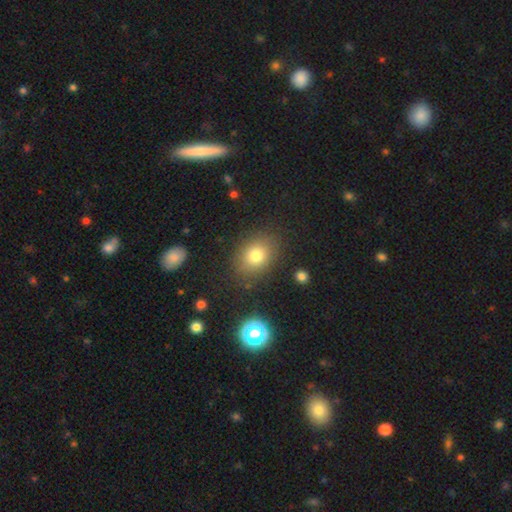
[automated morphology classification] A smooth galaxy with no disk features (77%) that is in between round and cigar-shaped (56%). Merging: none (82%).